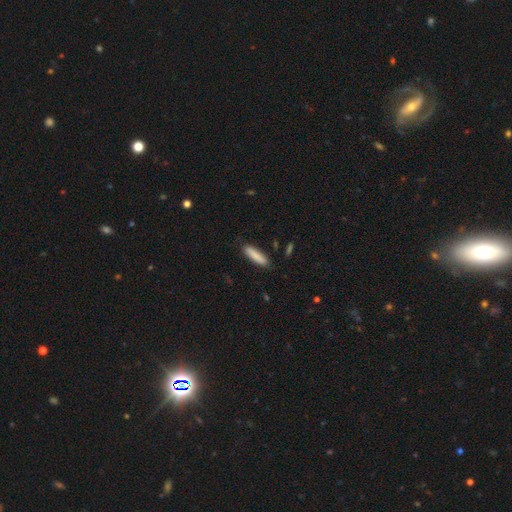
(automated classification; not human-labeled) Morphology: type=smooth (88%); roundness=cigar-shaped (71%); merging=none (87%).